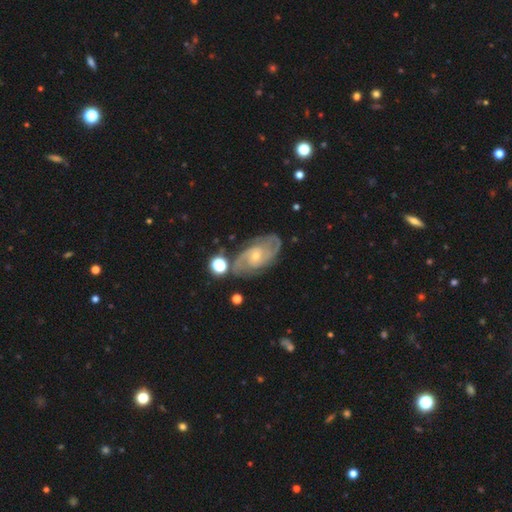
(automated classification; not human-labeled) smooth-or-featured: featured or disk: 86% | smooth: 7% | star or artifact: 6%
  disk-edge-on: no: 96% | yes: 4%
    bar: no: 65% | weak: 29% | strong: 6%
    has-spiral-arms: yes: 97% | no: 3%
      spiral-winding: tight: 52% | medium: 39% | loose: 9%
      spiral-arm-count: 2: 51% | 3: 18% | can't tell: 17% | 4: 6% | 1: 4% | more than 4: 4%
    bulge-size: small: 69% | moderate: 27% | none: 2% | large: 1% | dominant: 1%
  merging: none: 75% | minor disturbance: 16% | major disturbance: 5% | merger: 4%